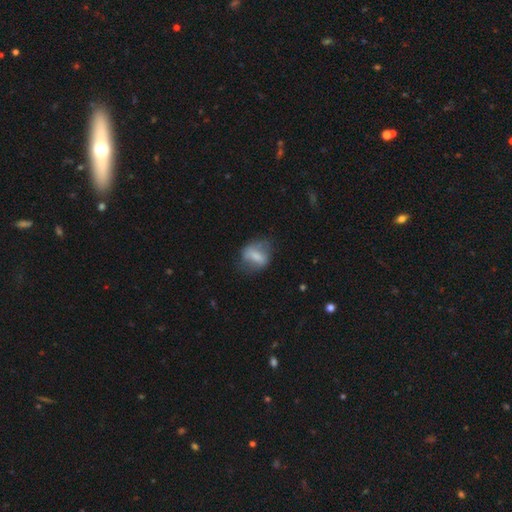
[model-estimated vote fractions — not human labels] Overall: smooth (61%; featured or disk 31%). How rounded: in between (66%; round 30%). Merging: none (55%; minor disturbance 27%).